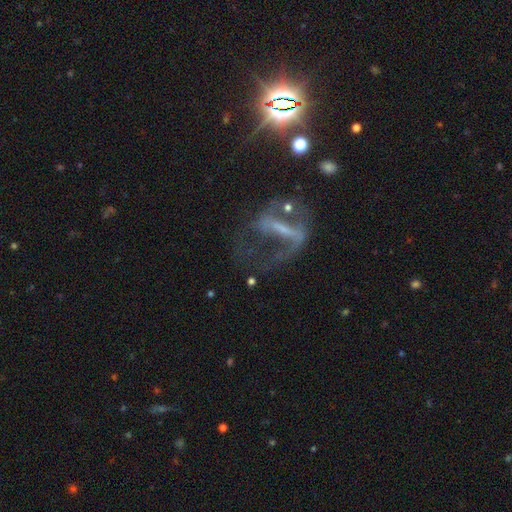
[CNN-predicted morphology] The model was most divided on "merging": none: 45%, major disturbance: 33%, minor disturbance: 15%, merger: 7%. More confident: edge-on disk — no (87%); smooth or featured — featured or disk (57%).